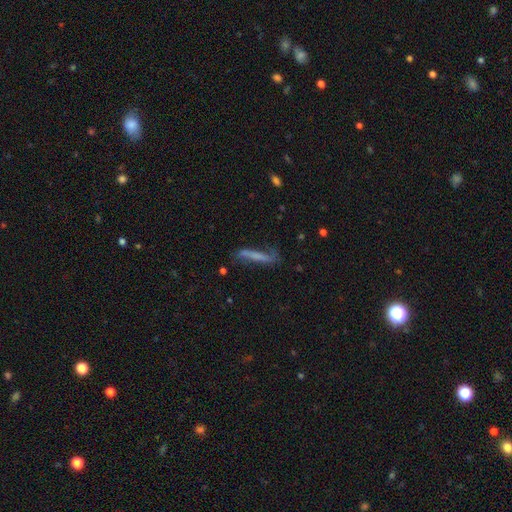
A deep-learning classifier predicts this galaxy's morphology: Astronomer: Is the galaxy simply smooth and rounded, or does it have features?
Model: smooth — 47% (runner-up: featured or disk, 44%).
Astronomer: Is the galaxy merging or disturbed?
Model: none — 56%.